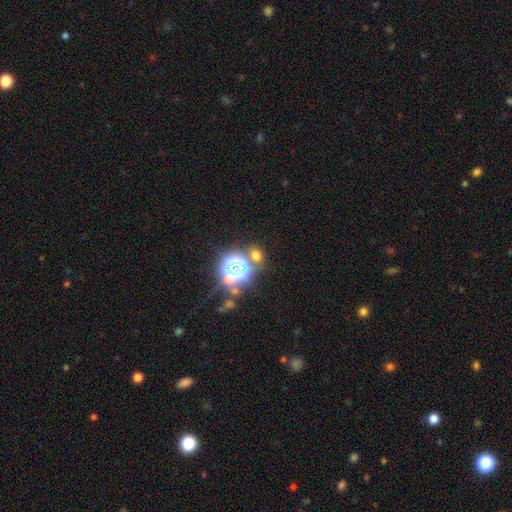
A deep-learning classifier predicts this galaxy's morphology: smooth-or-featured: smooth: 52% | star or artifact: 35% | featured or disk: 13%
  how-rounded: round: 65% | in between: 34% | cigar-shaped: 2%
  merging: none: 59% | merger: 23% | minor disturbance: 11% | major disturbance: 7%